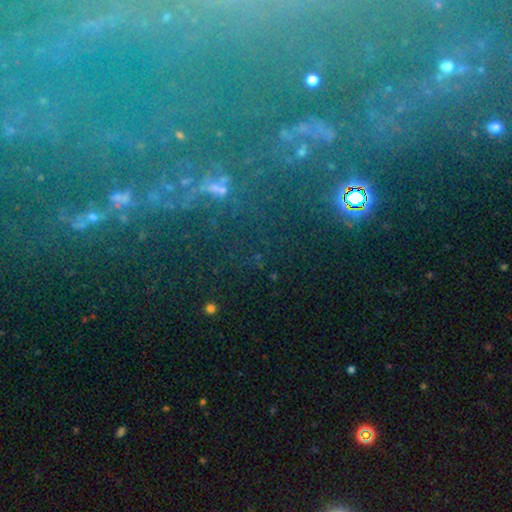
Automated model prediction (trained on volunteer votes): This is possibly a star or artifact rather than a galaxy (48%).